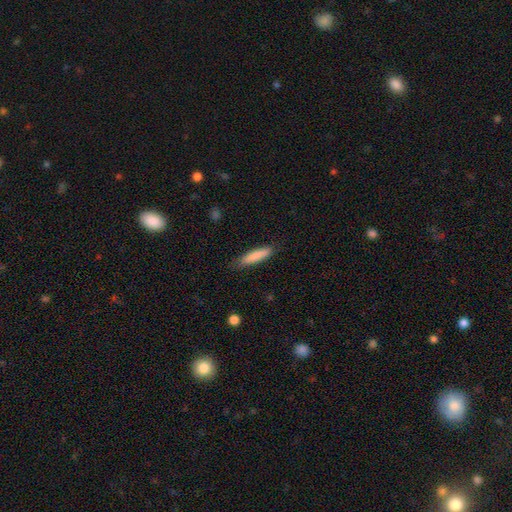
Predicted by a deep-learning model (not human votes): smooth-or-featured: smooth: 84% | featured or disk: 10% | star or artifact: 6%
  how-rounded: cigar-shaped: 80% | in between: 19% | round: 1%
  merging: none: 80% | minor disturbance: 16% | major disturbance: 3% | merger: 1%